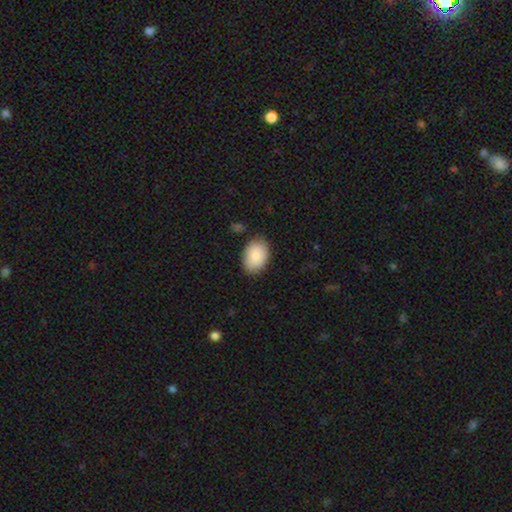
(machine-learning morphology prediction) smooth_or_featured: smooth (p=0.88) [alt: star or artifact p=0.06]
how_rounded: in between (p=0.86) [alt: round p=0.13]
merging: none (p=0.84) [alt: minor disturbance p=0.12]